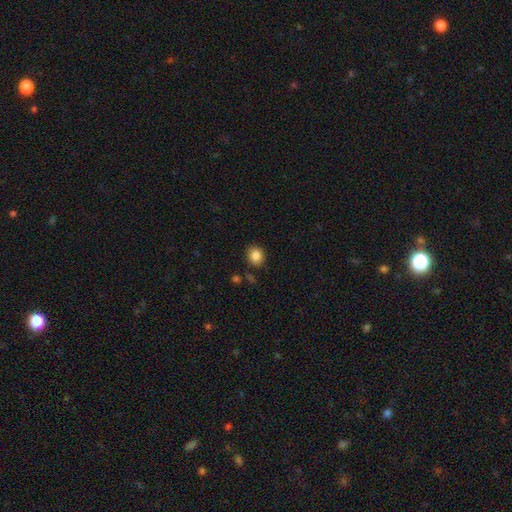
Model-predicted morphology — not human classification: This appears to be a smooth galaxy with no disk features (86%) that is round (73%). Merging: none (85%).